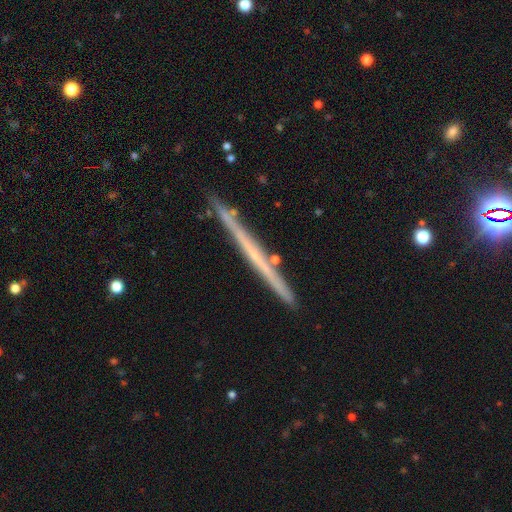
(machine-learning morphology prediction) smooth_or_featured: featured or disk (p=0.65) [alt: smooth p=0.28]
disk_edge_on: yes (p=0.97) [alt: no p=0.03]
edge_on_bulge: none (p=0.87) [alt: rounded p=0.10]
merging: none (p=0.87) [alt: minor disturbance p=0.10]